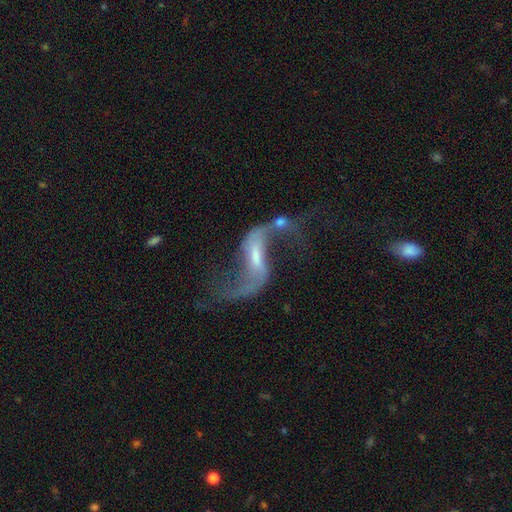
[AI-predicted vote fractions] Overall: featured or disk (88%). Edge-on disk: no (95%). Bar: weak (44%; strong 37%). Spiral arms: yes (94%). Spiral arm count: 2 (93%). Spiral winding: loose (93%). Bulge size: small (45%; moderate 29%). Merging: none (52%; major disturbance 19%).